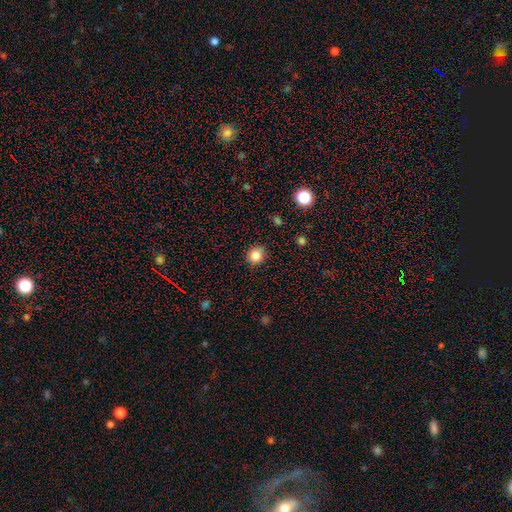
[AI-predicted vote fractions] smooth-or-featured: smooth: 84% | star or artifact: 11% | featured or disk: 5%
  how-rounded: round: 86% | in between: 13% | cigar-shaped: 1%
  merging: none: 88% | minor disturbance: 9% | major disturbance: 2% | merger: 1%